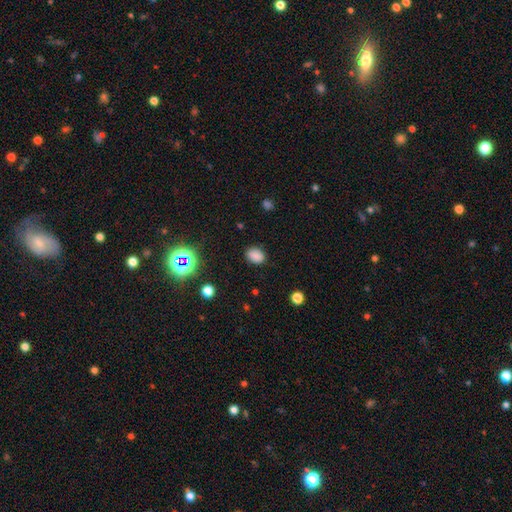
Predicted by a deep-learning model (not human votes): This appears to be a smooth galaxy with no disk features (82%) that is in between round and cigar-shaped (67%). Merging: none (84%).